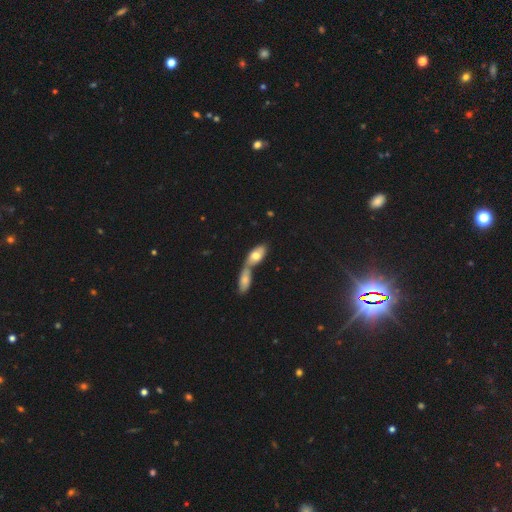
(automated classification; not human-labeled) A smooth galaxy with no disk features (70%) that is in between round and cigar-shaped (86%). Merging: merger (73%).